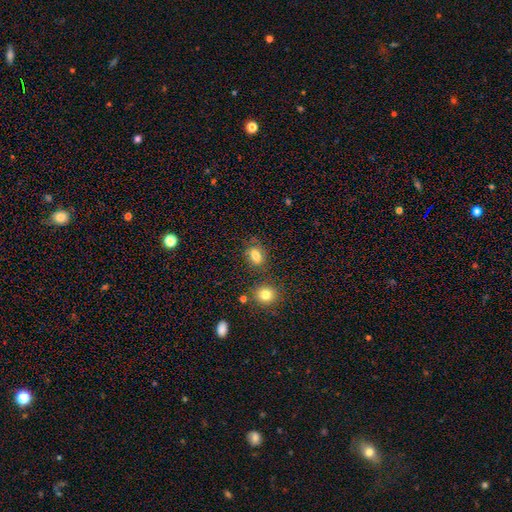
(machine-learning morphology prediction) smooth_or_featured: smooth (p=0.80) [alt: star or artifact p=0.12]
how_rounded: in between (p=0.76) [alt: round p=0.21]
merging: none (p=0.72) [alt: minor disturbance p=0.16]